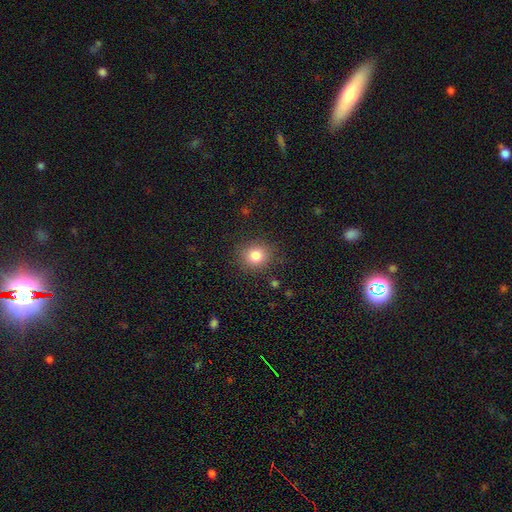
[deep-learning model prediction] Smooth or featured? Predicted: smooth (p=0.82). How rounded? Predicted: round (p=0.81). Merging? Predicted: none (p=0.86).